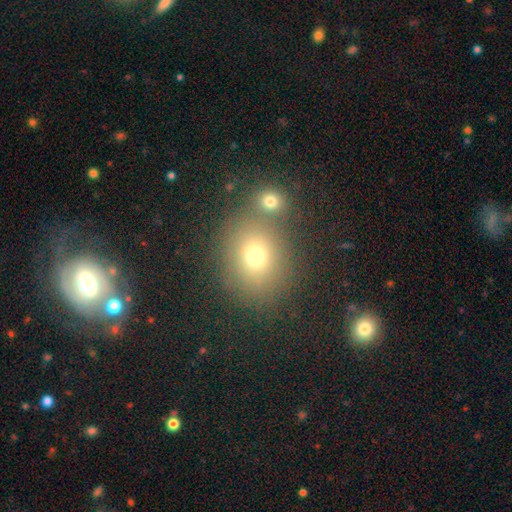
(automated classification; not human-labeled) This is likely a smooth galaxy (71%). How rounded: likely round (70%). Merging: likely none (63%).